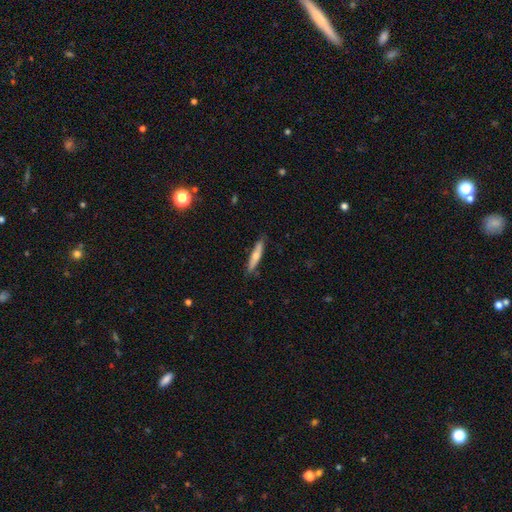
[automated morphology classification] Q: Smooth or featured?
A: smooth (59%); runner-up: featured or disk (35%)
Q: How rounded?
A: cigar-shaped (90%); runner-up: in between (9%)
Q: Merging?
A: none (86%); runner-up: minor disturbance (11%)